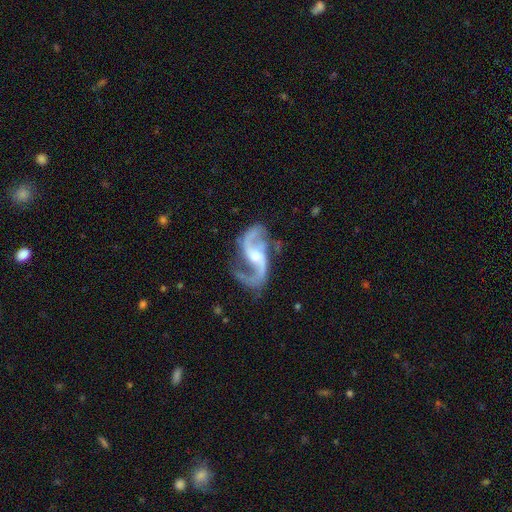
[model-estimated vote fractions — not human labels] A featured or disk galaxy (93%) with a weak bar (42%), 2 (91%) loose (49%) spiral arms (98%) and a moderate central bulge (48%).

Vote fractions:
- Smooth or featured? featured or disk: 93% / star or artifact: 5% / smooth: 3%
- Edge-on disk? no: 98% / yes: 2%
- Bar? weak: 42% / no: 38% / strong: 19%
- Spiral arms? yes: 98% / no: 2%
- Spiral winding? loose: 49% / medium: 43% / tight: 8%
- Spiral arm count? 2: 91% / 3: 3% / can't tell: 2% / 1: 2% / 4: 1% / more than 4: 1%
- Bulge size? moderate: 48% / small: 43% / none: 5% / large: 4% / dominant: 1%
- Merging? none: 69% / minor disturbance: 17% / major disturbance: 11% / merger: 3%